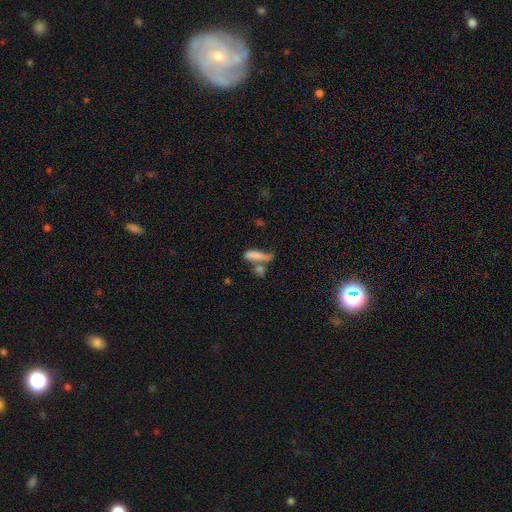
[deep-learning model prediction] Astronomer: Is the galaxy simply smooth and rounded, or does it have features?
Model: smooth — 75%.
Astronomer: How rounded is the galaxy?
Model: cigar-shaped — 63%.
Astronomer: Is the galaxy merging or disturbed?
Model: none — 38% (runner-up: merger, 34%).